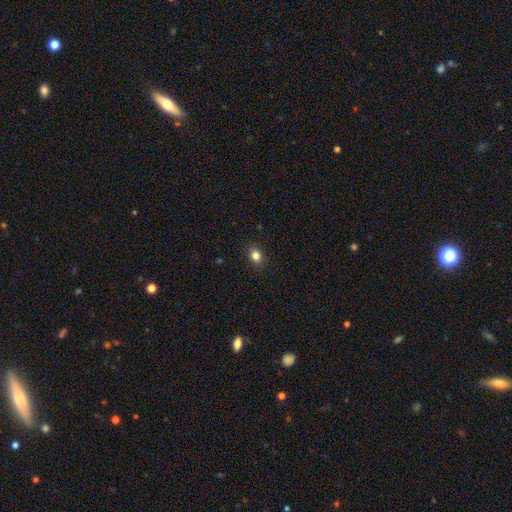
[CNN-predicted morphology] smooth 81%, star or artifact 12%, featured or disk 6%. Down the decision tree: how rounded — round (50%); merging — none (89%).